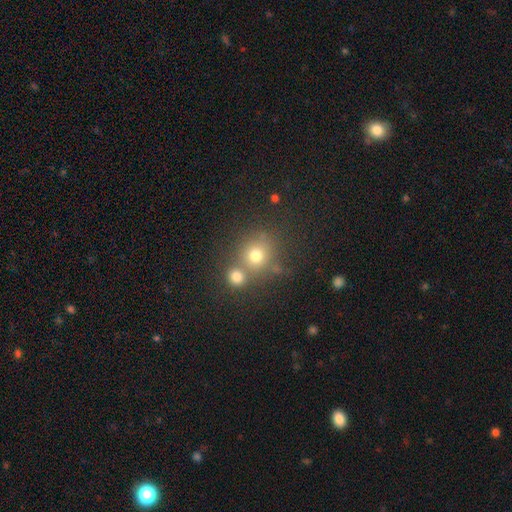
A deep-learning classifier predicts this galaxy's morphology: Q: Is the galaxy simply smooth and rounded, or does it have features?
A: smooth — 73%.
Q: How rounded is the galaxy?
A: round — 86%.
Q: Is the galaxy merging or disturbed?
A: none — 53%.